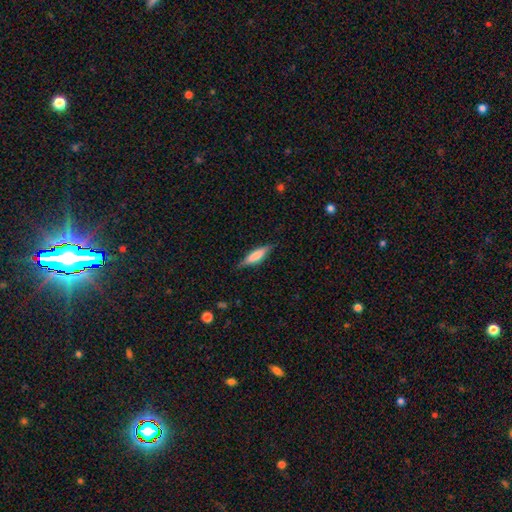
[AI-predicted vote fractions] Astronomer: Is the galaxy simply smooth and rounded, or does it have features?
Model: smooth — 63%.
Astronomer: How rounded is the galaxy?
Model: cigar-shaped — 71%.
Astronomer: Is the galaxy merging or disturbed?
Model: none — 82%.